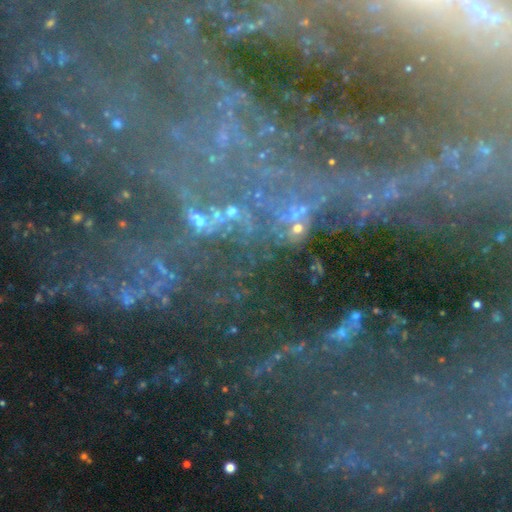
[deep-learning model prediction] smooth_or_featured: star or artifact (p=0.63) [alt: featured or disk p=0.26]